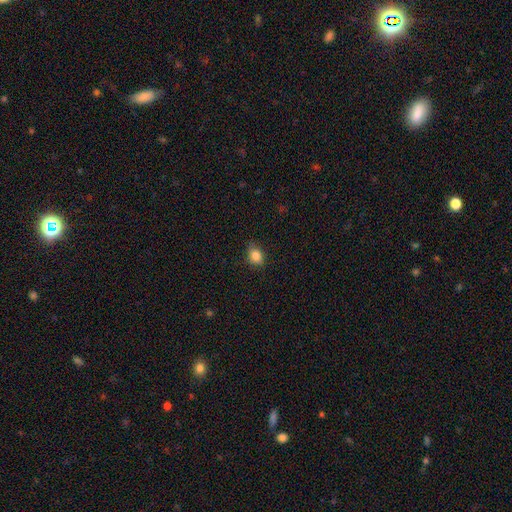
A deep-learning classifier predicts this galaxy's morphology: smooth_or_featured: smooth (p=0.84) [alt: star or artifact p=0.10]
how_rounded: in between (p=0.65) [alt: round p=0.33]
merging: none (p=0.70) [alt: minor disturbance p=0.24]